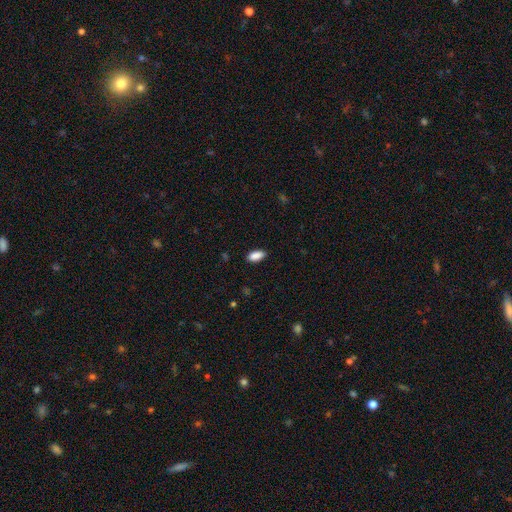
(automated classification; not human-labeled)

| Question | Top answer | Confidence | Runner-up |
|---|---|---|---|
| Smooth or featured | smooth | 89% | star or artifact (7%) |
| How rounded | in between | 89% | cigar-shaped (8%) |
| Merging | none | 87% | minor disturbance (10%) |